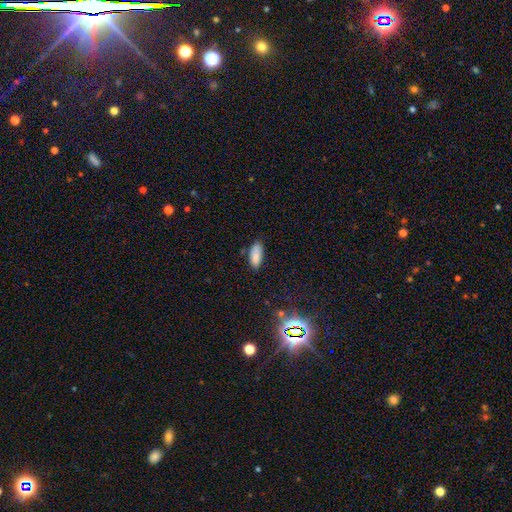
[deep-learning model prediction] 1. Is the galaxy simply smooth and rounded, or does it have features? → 85% smooth, 9% star or artifact, 6% featured or disk.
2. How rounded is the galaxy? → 78% in between, 20% cigar-shaped, 2% round.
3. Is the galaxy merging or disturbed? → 75% none, 19% minor disturbance, 4% major disturbance, 3% merger.